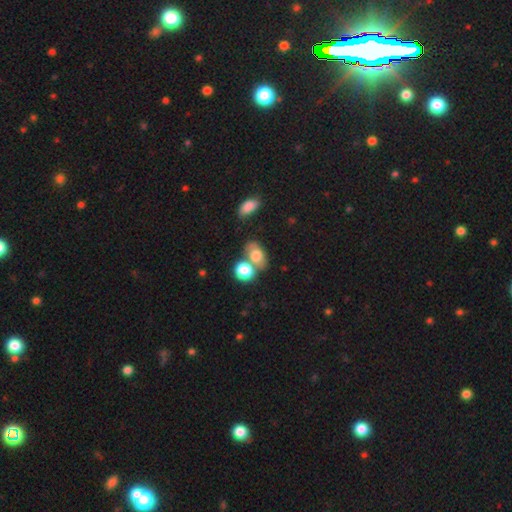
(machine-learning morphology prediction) type=smooth (72%); roundness=in between (66%); merging=merger (44%).